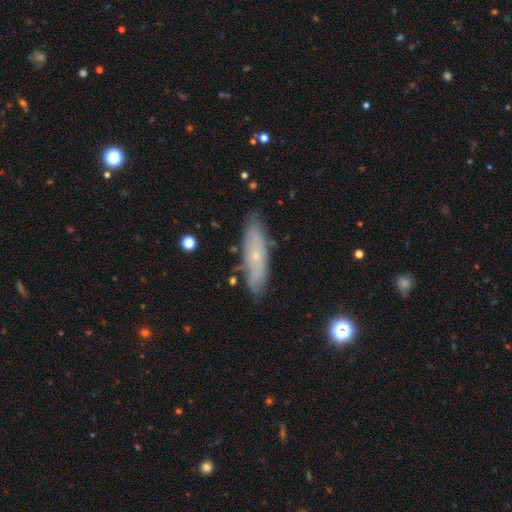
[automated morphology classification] The model was most divided on "smooth or featured": smooth: 49%, featured or disk: 43%, star or artifact: 8%. More confident: merging — none (83%).